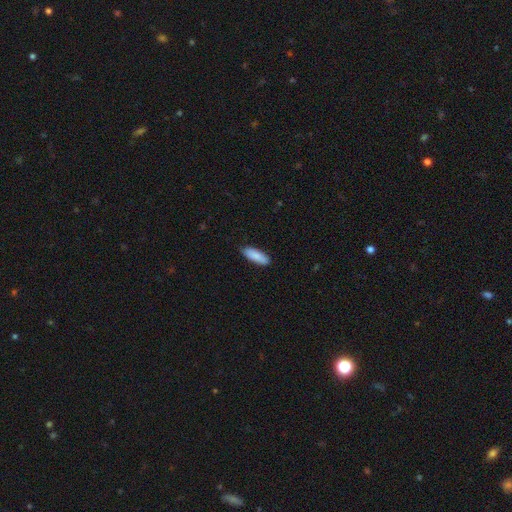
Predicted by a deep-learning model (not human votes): Smooth or featured? Predicted: smooth (p=0.89). How rounded? Predicted: in between (p=0.62). Merging? Predicted: none (p=0.87).